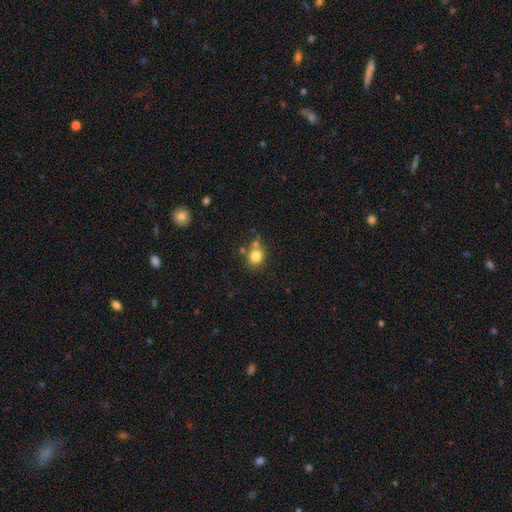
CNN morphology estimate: A smooth galaxy with no disk features (81%) that is round (76%). Merging: none (63%).